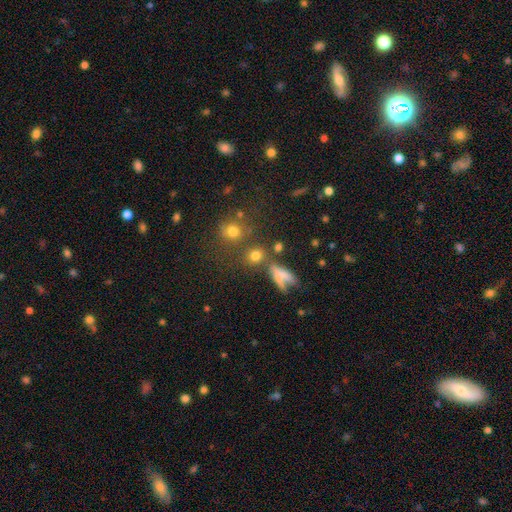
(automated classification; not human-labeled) This is likely a smooth galaxy (75%). How rounded: likely round (71%). Merging: possibly none (60%).